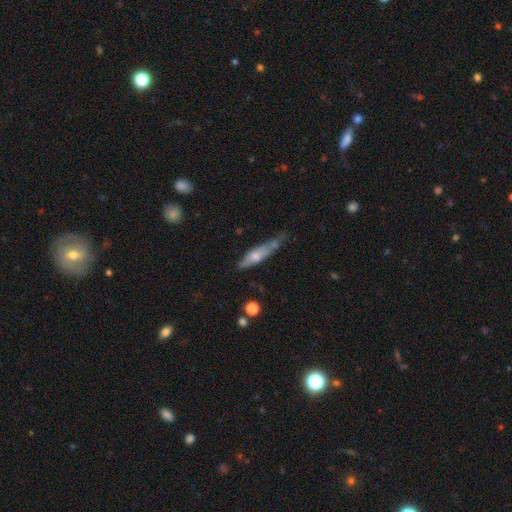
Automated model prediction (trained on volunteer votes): smooth-or-featured: smooth: 47% | featured or disk: 46% | star or artifact: 7%
  merging: none: 49% | minor disturbance: 32% | major disturbance: 11% | merger: 8%